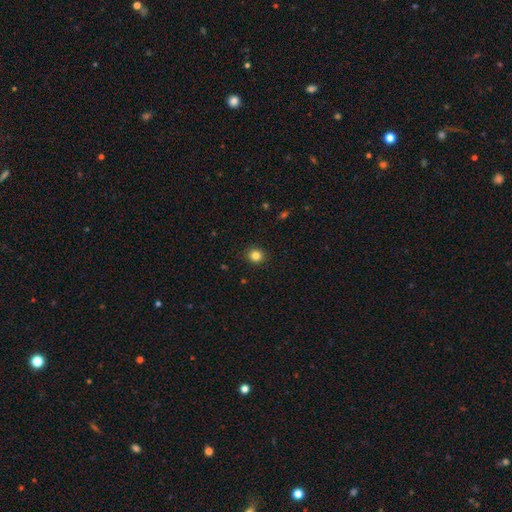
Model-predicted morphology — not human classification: Smooth or featured? Predicted: smooth (p=0.83). How rounded? Predicted: round (p=0.87). Merging? Predicted: none (p=0.92).